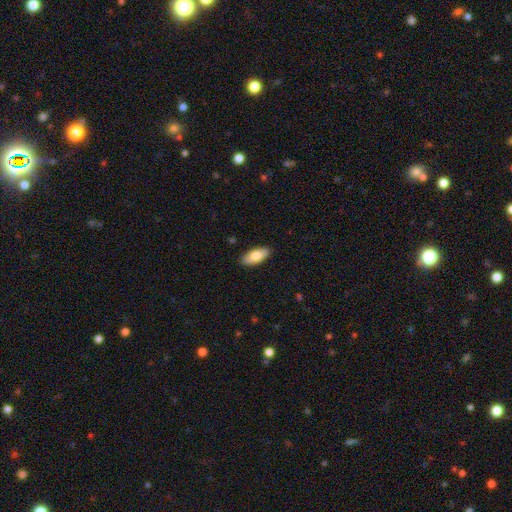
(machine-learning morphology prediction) smooth 78%, featured or disk 17%, star or artifact 6%. Down the decision tree: how rounded — in between (86%); merging — none (89%).